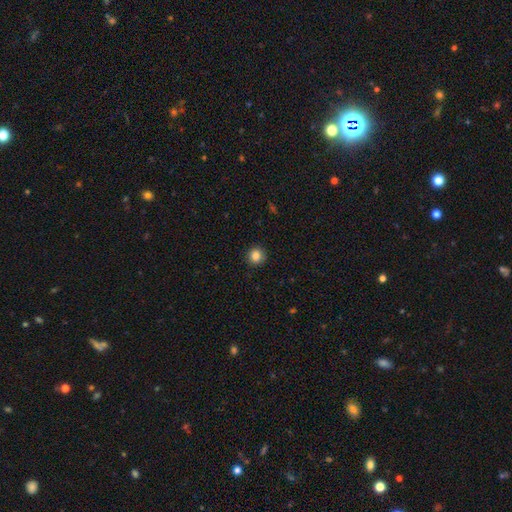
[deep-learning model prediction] Smooth or featured? Predicted: smooth (p=0.85). How rounded? Predicted: round (p=0.94). Merging? Predicted: none (p=0.92).